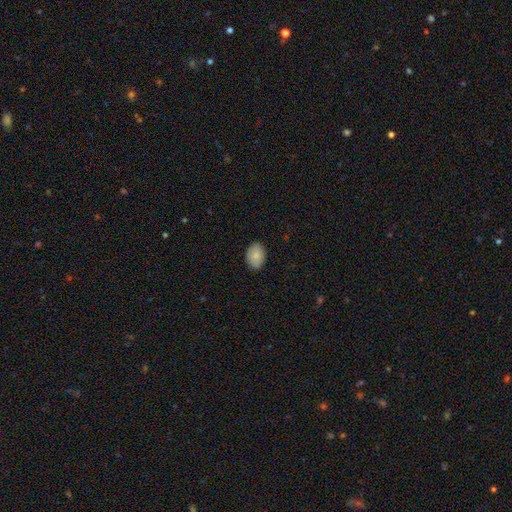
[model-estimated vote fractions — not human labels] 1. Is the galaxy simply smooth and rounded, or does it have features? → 85% smooth, 8% featured or disk, 7% star or artifact.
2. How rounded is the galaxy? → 79% in between, 20% round, 1% cigar-shaped.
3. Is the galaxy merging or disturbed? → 87% none, 10% minor disturbance, 2% major disturbance, 1% merger.